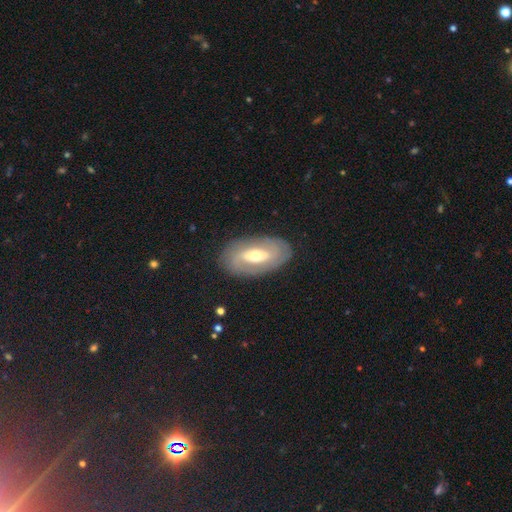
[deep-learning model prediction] A featured or disk galaxy (71%) with a weak bar (39%), spiral arms (70%) and a moderate central bulge (62%).

Vote fractions:
- Smooth or featured? featured or disk: 71% / smooth: 23% / star or artifact: 6%
- Edge-on disk? no: 92% / yes: 8%
- Bar? weak: 39% / strong: 31% / no: 30%
- Spiral arms? yes: 70% / no: 30%
- Bulge size? moderate: 62% / small: 29% / large: 6% / dominant: 1% / none: 1%
- Merging? none: 83% / minor disturbance: 11% / major disturbance: 4% / merger: 1%